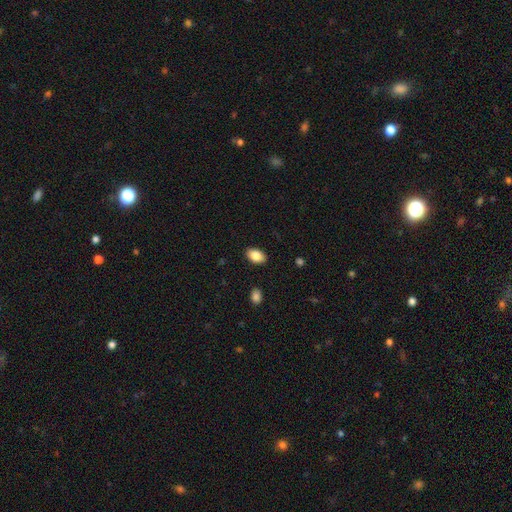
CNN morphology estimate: A smooth galaxy with no disk features (85%) that is in between round and cigar-shaped (90%).

Vote fractions:
- Smooth or featured? smooth: 85% / star or artifact: 8% / featured or disk: 7%
- How rounded? in between: 90% / round: 9% / cigar-shaped: 1%
- Merging? none: 88% / minor disturbance: 8% / major disturbance: 2% / merger: 1%